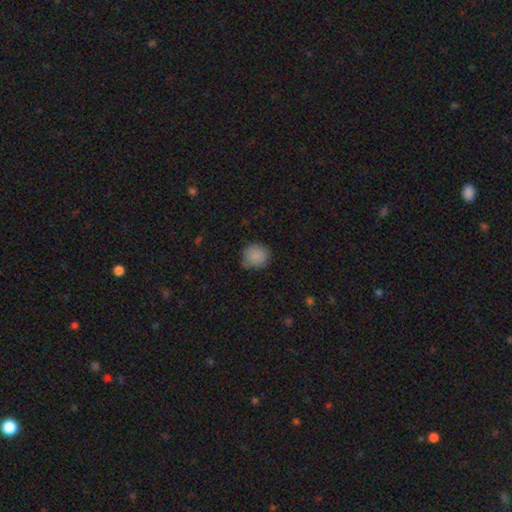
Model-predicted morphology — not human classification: This is clearly a smooth galaxy (87%). How rounded: clearly round (87%). Merging: likely none (77%).